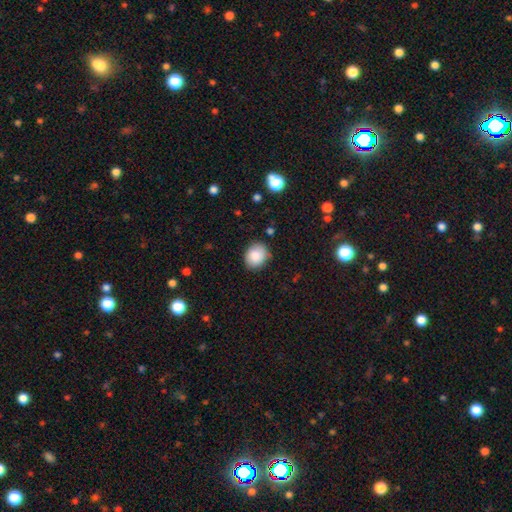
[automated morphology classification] Smooth or featured? smooth (86%)
How rounded? round (54%)
Merging? none (82%)